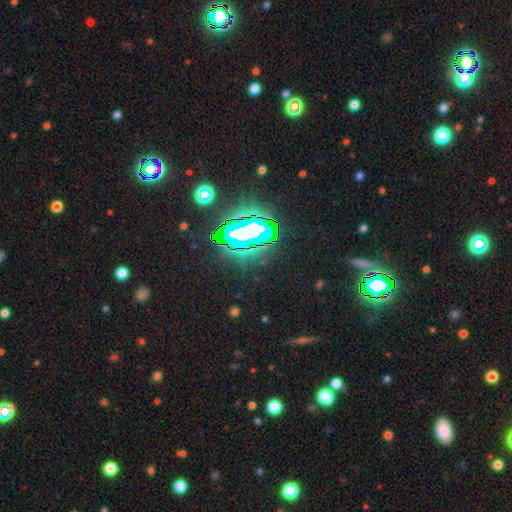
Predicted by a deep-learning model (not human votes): A star or artifact, not a galaxy (77%).